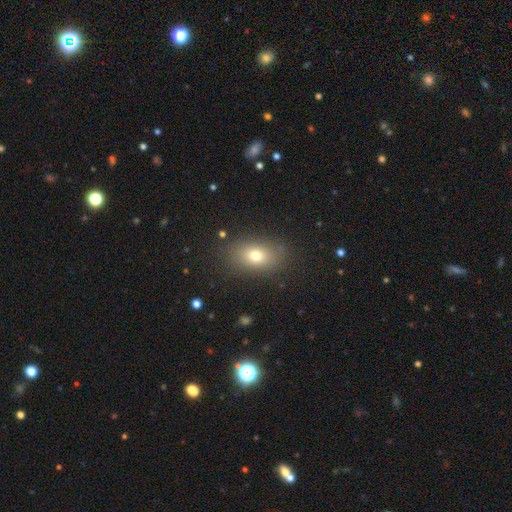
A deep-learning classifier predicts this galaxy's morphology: type=smooth (74%); roundness=in between (81%); merging=none (84%).